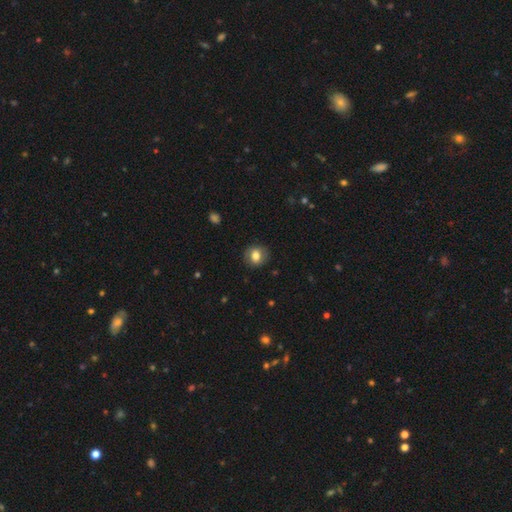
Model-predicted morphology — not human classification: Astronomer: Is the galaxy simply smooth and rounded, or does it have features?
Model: smooth — 78%.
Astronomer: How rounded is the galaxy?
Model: round — 74%.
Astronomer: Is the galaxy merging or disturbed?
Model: none — 85%.